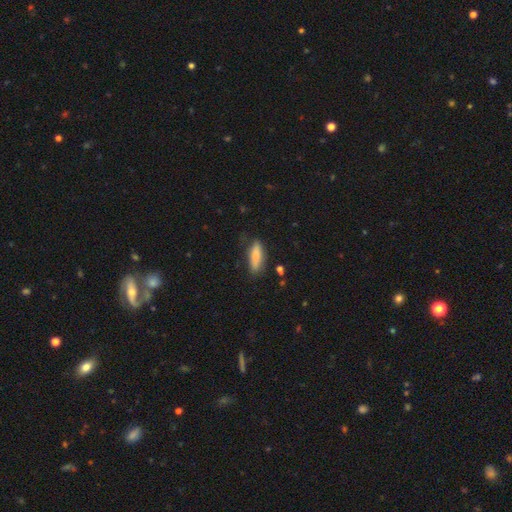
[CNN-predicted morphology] This is clearly a smooth galaxy (83%). How rounded: possibly in between (49%, tied with cigar-shaped). Merging: likely none (74%).